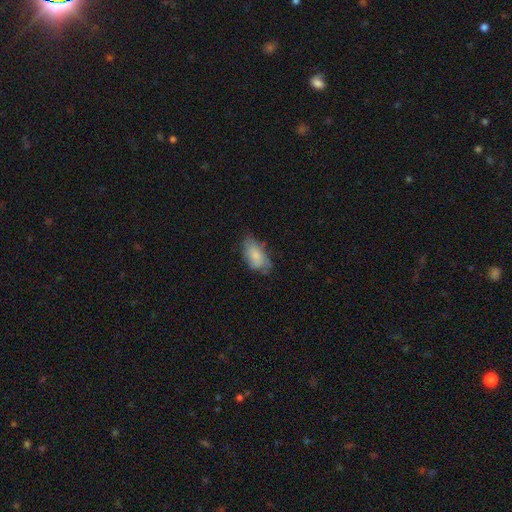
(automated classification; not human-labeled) A smooth galaxy with no disk features (75%) that is in between round and cigar-shaped (92%). Merging: none (51%).